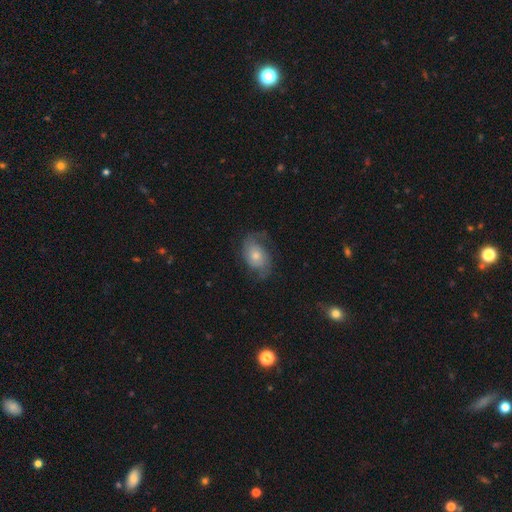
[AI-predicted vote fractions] Smooth or featured?
  - featured or disk: 62% *
  - smooth: 31%
  - star or artifact: 7%
Edge-on disk?
  - no: 96% *
  - yes: 4%
Bar?
  - no: 75% *
  - weak: 22%
  - strong: 4%
Spiral arms?
  - yes: 87% *
  - no: 13%
Spiral winding?
  - medium: 42% *
  - loose: 36%
  - tight: 22%
Spiral arm count?
  - 2: 78% *
  - can't tell: 11%
  - 1: 6%
  - 3: 3%
  - 4: 1%
  - more than 4: 1%
Bulge size?
  - moderate: 50% *
  - small: 39%
  - large: 7%
  - none: 3%
  - dominant: 2%
Merging?
  - none: 61% *
  - minor disturbance: 22%
  - major disturbance: 16%
  - merger: 1%